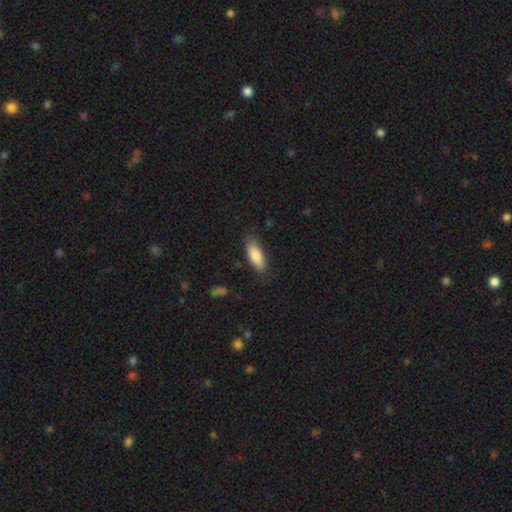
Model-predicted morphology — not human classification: smooth-or-featured: smooth: 83% | featured or disk: 11% | star or artifact: 6%
  how-rounded: in between: 69% | cigar-shaped: 29% | round: 2%
  merging: none: 82% | minor disturbance: 14% | major disturbance: 3% | merger: 1%